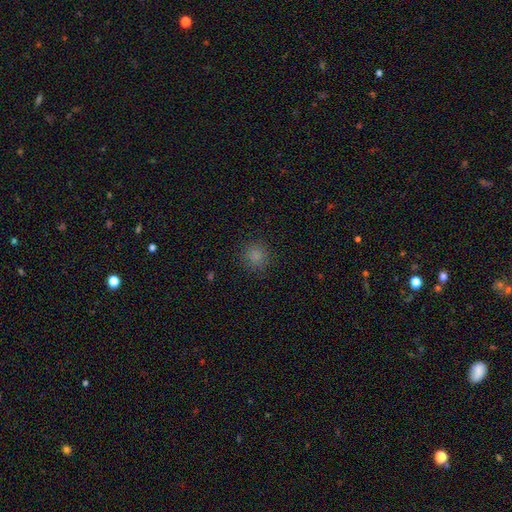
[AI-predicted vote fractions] Smooth or featured? smooth (80%)
How rounded? round (90%)
Merging? none (88%)